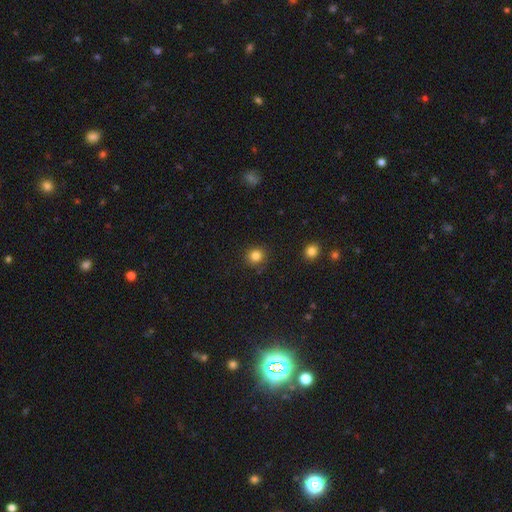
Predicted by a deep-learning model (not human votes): smooth 83%, star or artifact 12%, featured or disk 5%. Down the decision tree: how rounded — round (88%); merging — none (89%).